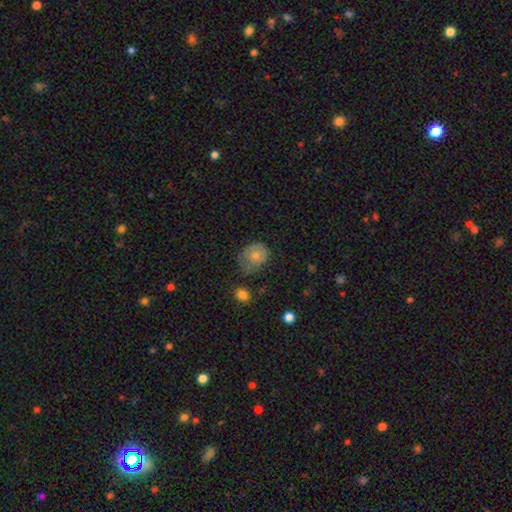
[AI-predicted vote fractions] smooth_or_featured: smooth (p=0.64) [alt: featured or disk p=0.26]
how_rounded: round (p=0.57) [alt: in between p=0.42]
merging: none (p=0.54) [alt: minor disturbance p=0.33]